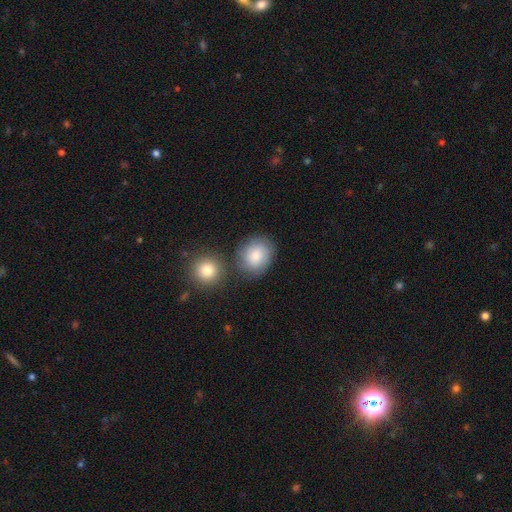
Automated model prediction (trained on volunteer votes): smooth 80%, featured or disk 12%, star or artifact 8%. Down the decision tree: how rounded — round (63%); merging — none (69%).